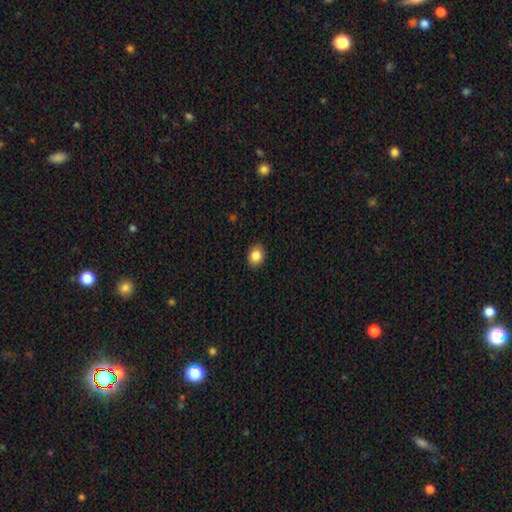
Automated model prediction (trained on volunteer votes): Smooth or featured?
  - smooth: 86% *
  - star or artifact: 9%
  - featured or disk: 6%
How rounded?
  - in between: 59% *
  - round: 40%
  - cigar-shaped: 1%
Merging?
  - none: 89% *
  - minor disturbance: 8%
  - major disturbance: 2%
  - merger: 1%